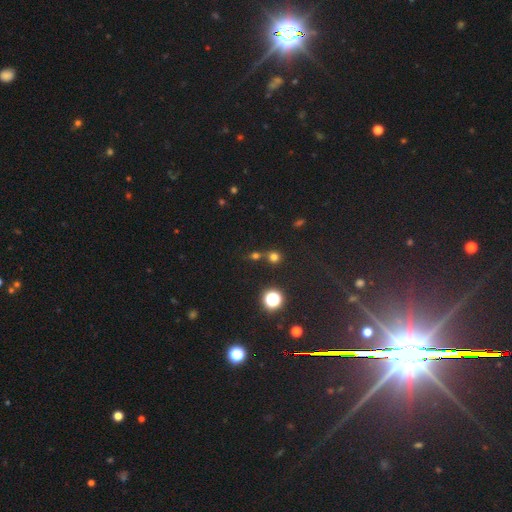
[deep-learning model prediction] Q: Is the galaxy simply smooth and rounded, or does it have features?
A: star or artifact — 79%.